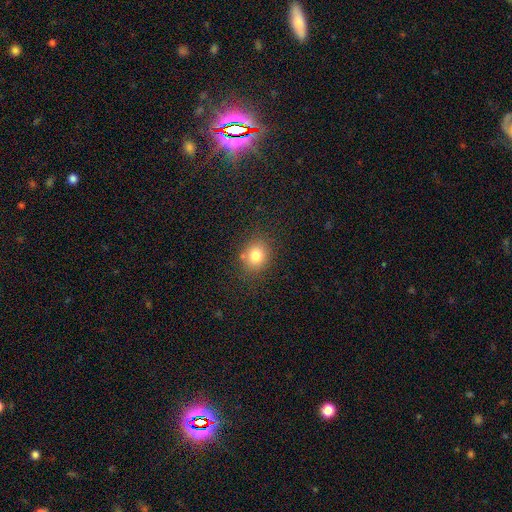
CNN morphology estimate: Smooth or featured? Predicted: smooth (p=0.79). How rounded? Predicted: round (p=0.68). Merging? Predicted: none (p=0.80).